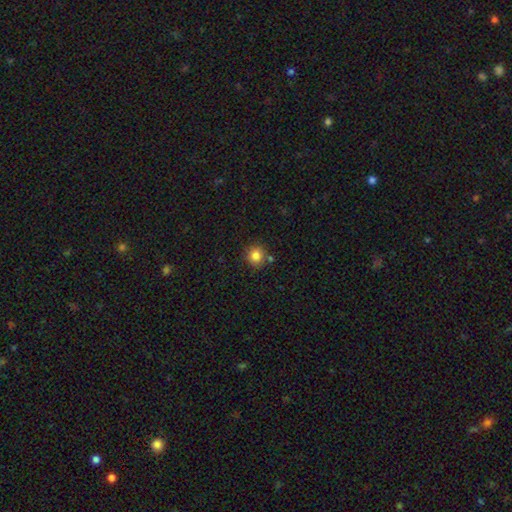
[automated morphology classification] Smooth or featured: smooth — 83% (star or artifact — 11%)
How rounded: round — 91% (in between — 8%)
Merging: none — 80% (minor disturbance — 10%)